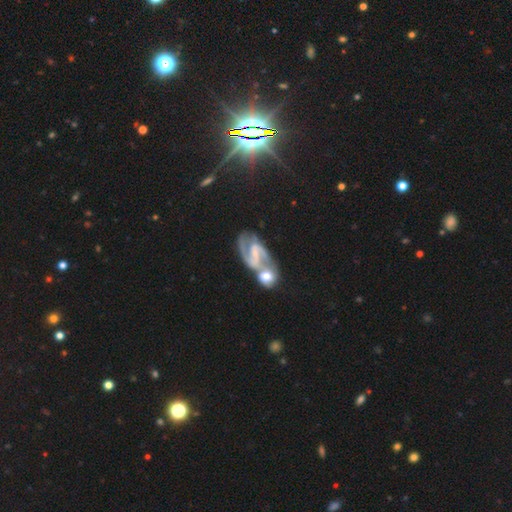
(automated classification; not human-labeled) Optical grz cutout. It shows a featured or disk galaxy (85%) with a weak bar (47%), 2 (89%) medium (54%) spiral arms (95%) and a small central bulge (58%). Merging: merger (45%).